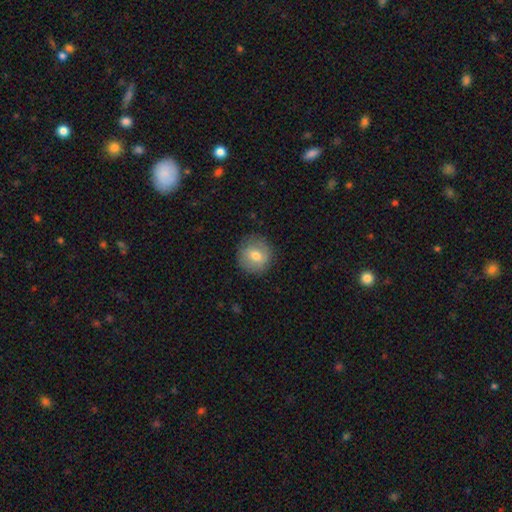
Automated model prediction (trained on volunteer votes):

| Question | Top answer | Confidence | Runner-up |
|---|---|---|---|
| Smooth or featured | smooth | 70% | featured or disk (22%) |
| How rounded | round | 92% | in between (7%) |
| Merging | none | 86% | minor disturbance (10%) |